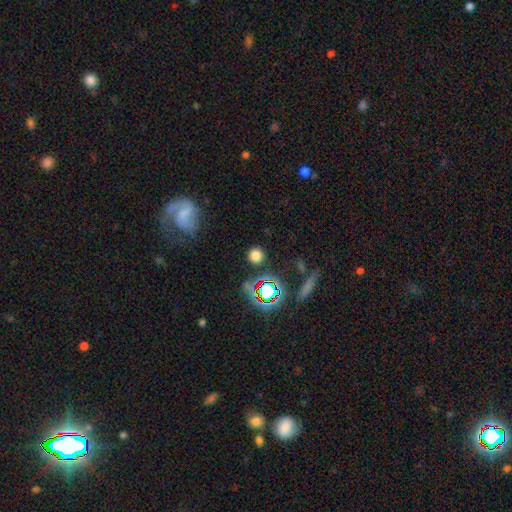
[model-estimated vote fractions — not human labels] smooth_or_featured: smooth (p=0.72) [alt: star or artifact p=0.22]
how_rounded: round (p=0.93) [alt: in between p=0.06]
merging: none (p=0.87) [alt: minor disturbance p=0.07]